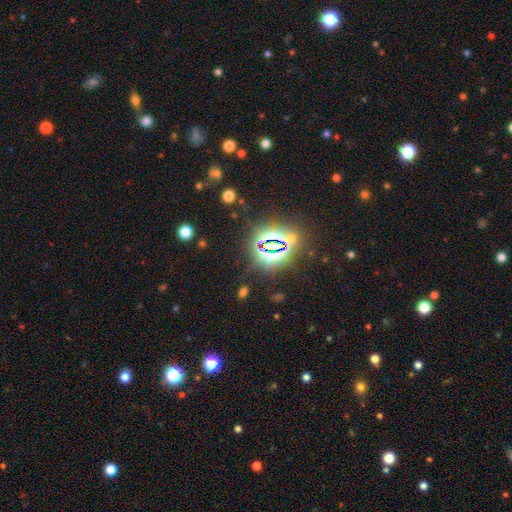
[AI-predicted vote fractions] This is clearly a star or artifact rather than a galaxy (81%).